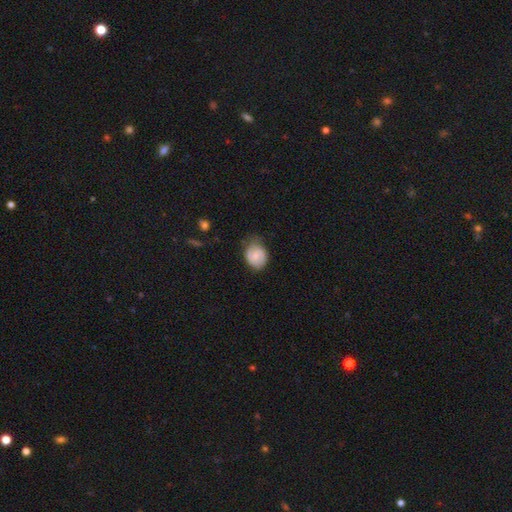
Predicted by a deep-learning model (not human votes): The model was most divided on "how rounded": round: 50%, in between: 49%, cigar-shaped: 1%. More confident: smooth or featured — smooth (65%); merging — none (56%).